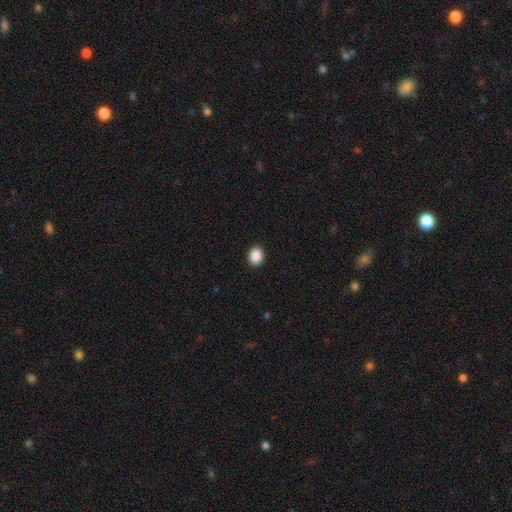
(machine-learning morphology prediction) This is clearly a smooth galaxy (90%). How rounded: possibly in between (58%). Merging: clearly none (91%).